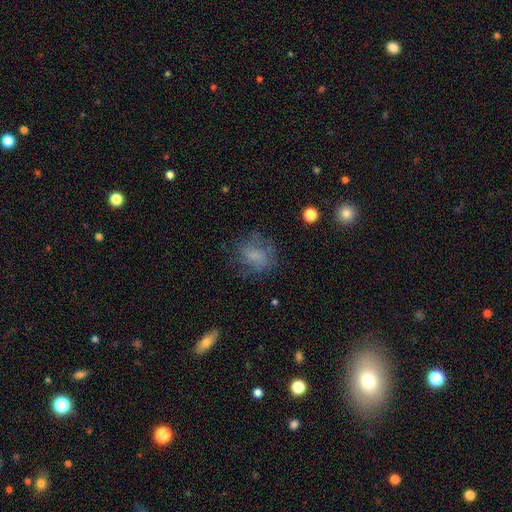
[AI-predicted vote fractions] The model was most divided on "how rounded": in between: 54%, round: 44%, cigar-shaped: 2%. More confident: merging — none (60%); smooth or featured — smooth (57%).